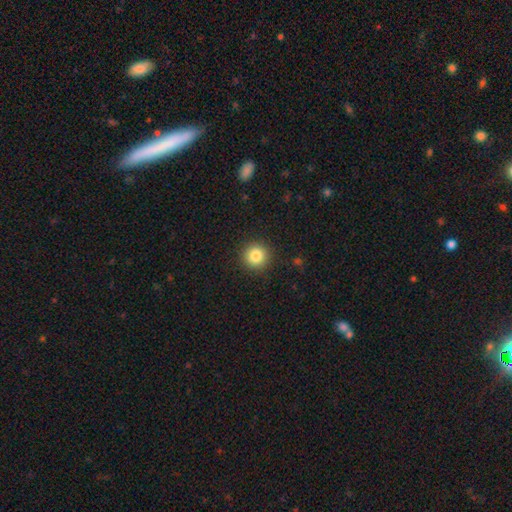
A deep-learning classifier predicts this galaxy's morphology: Q: Smooth or featured?
A: smooth (84%); runner-up: star or artifact (10%)
Q: How rounded?
A: round (95%); runner-up: in between (4%)
Q: Merging?
A: none (92%); runner-up: minor disturbance (5%)